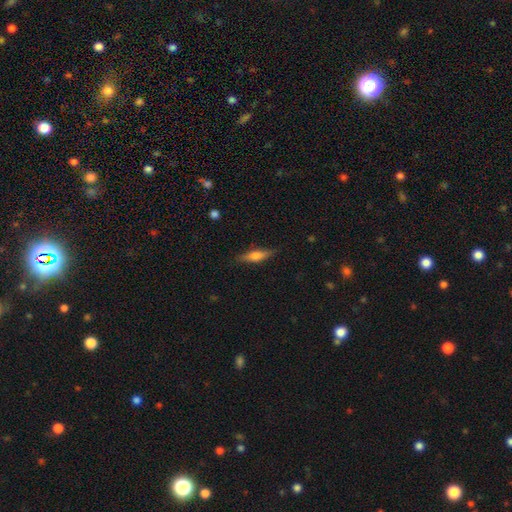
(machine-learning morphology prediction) A smooth galaxy with no disk features (57%) that is cigar-shaped (67%). Merging: none (84%).